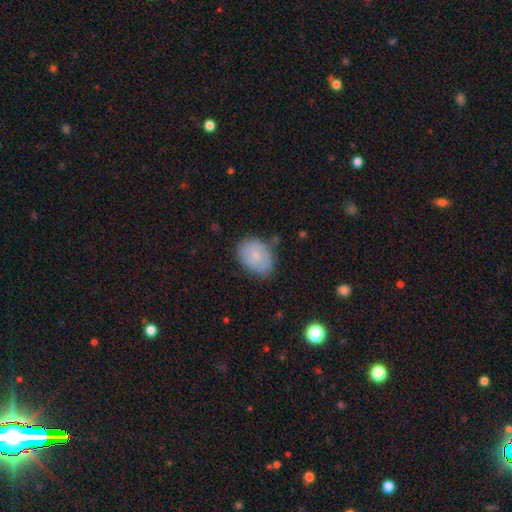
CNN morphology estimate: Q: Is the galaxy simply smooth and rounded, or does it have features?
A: smooth — 68%.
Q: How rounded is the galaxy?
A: in between — 72%.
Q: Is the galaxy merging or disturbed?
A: none — 65%.